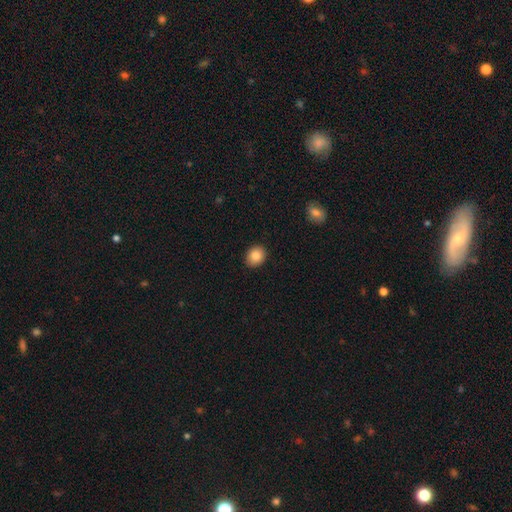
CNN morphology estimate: Smooth or featured: smooth — 86% (star or artifact — 9%)
How rounded: round — 60% (in between — 40%)
Merging: none — 90% (minor disturbance — 7%)